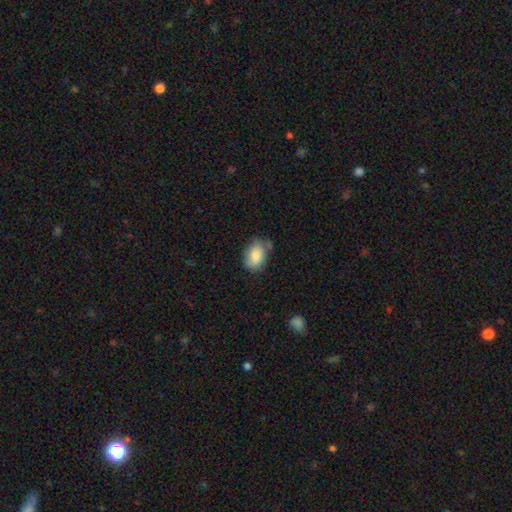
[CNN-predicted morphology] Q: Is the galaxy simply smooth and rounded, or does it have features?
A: smooth — 85%.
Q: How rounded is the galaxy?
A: in between — 89%.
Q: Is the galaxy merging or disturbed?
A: none — 63%.